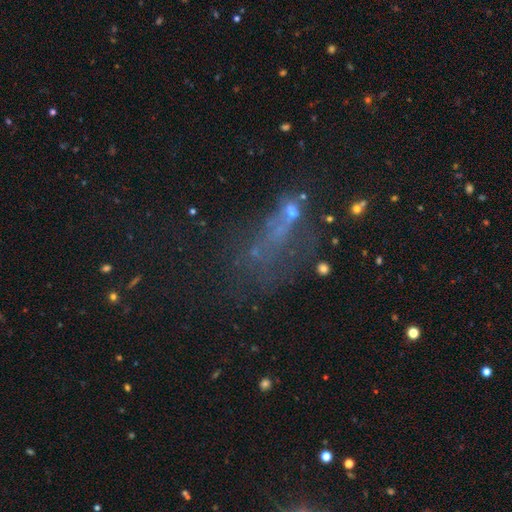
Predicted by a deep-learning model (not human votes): star or artifact 35%, featured or disk 34%, smooth 31%.